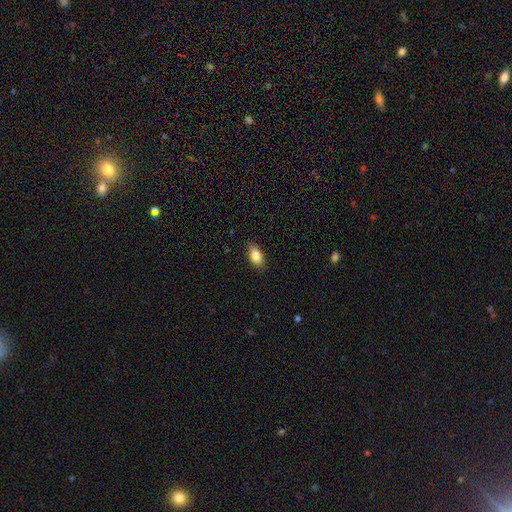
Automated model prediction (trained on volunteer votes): Smooth or featured?
  - smooth: 85% *
  - featured or disk: 8%
  - star or artifact: 7%
How rounded?
  - in between: 91% *
  - cigar-shaped: 5%
  - round: 4%
Merging?
  - none: 86% *
  - minor disturbance: 10%
  - major disturbance: 2%
  - merger: 1%